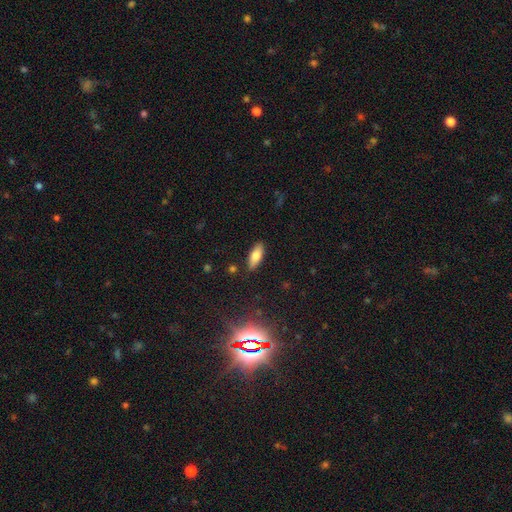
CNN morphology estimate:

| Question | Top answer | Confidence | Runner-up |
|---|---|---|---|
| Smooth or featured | smooth | 76% | featured or disk (16%) |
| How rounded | in between | 73% | cigar-shaped (24%) |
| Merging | none | 87% | minor disturbance (9%) |